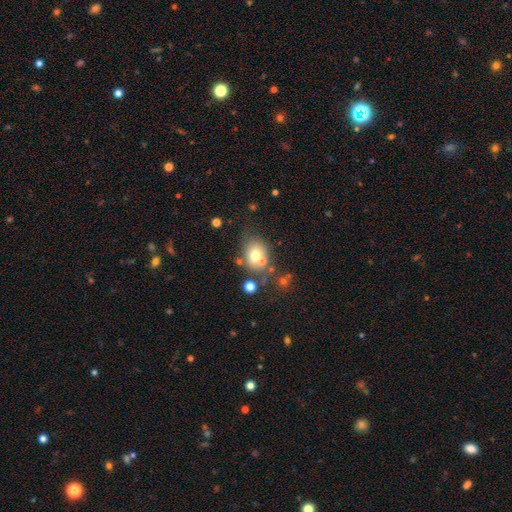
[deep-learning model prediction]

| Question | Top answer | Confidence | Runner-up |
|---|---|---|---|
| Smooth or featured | smooth | 69% | featured or disk (18%) |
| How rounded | round | 50% | in between (49%) |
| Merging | none | 55% | merger (22%) |